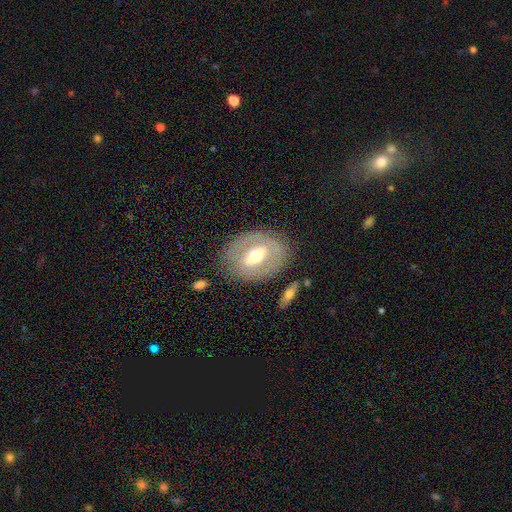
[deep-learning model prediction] Smooth or featured: featured or disk — 63% (smooth — 30%)
Edge-on disk: no — 90% (yes — 10%)
Bar: strong — 40% (weak — 37%)
Spiral arms: no — 76% (yes — 24%)
Bulge size: moderate — 71% (small — 15%)
Merging: none — 77% (minor disturbance — 14%)